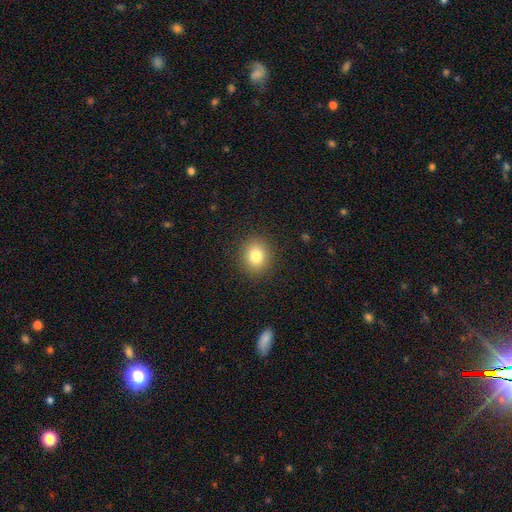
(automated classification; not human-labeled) Smooth or featured?
  - smooth: 81% *
  - star or artifact: 11%
  - featured or disk: 8%
How rounded?
  - round: 73% *
  - in between: 26%
  - cigar-shaped: 1%
Merging?
  - none: 90% *
  - minor disturbance: 7%
  - major disturbance: 2%
  - merger: 1%